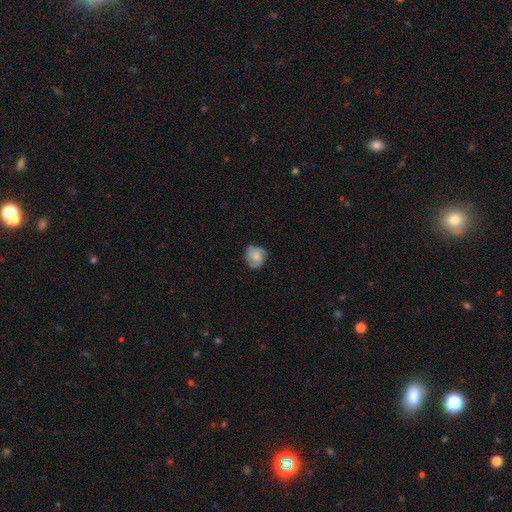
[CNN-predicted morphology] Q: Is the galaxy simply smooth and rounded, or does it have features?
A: smooth — 51%.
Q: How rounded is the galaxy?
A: round — 79%.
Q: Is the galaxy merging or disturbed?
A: none — 73%.